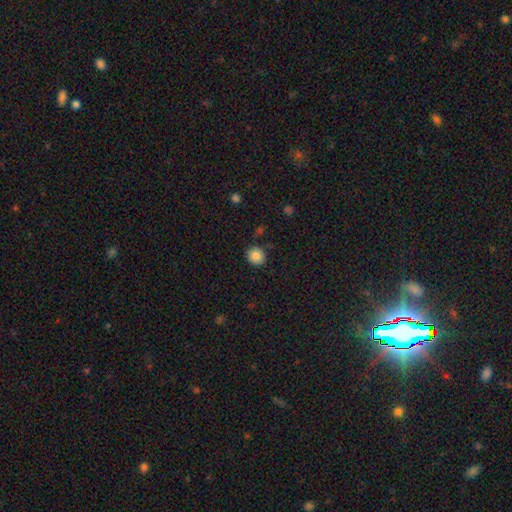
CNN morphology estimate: This appears to be a smooth galaxy with no disk features (82%) that is round (82%). Merging: none (85%).